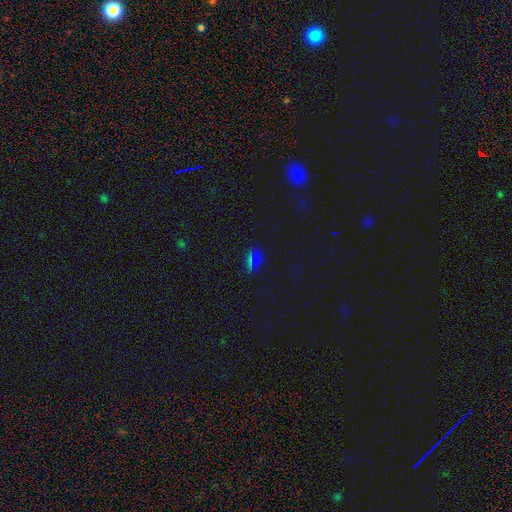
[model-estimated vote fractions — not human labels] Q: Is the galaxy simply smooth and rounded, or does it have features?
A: star or artifact — 51%.